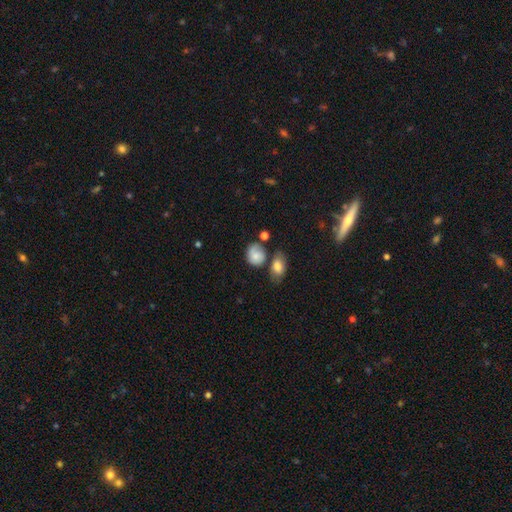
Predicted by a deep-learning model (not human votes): Smooth or featured: smooth — 70% (featured or disk — 21%)
How rounded: round — 62% (in between — 37%)
Merging: none — 48% (minor disturbance — 26%)